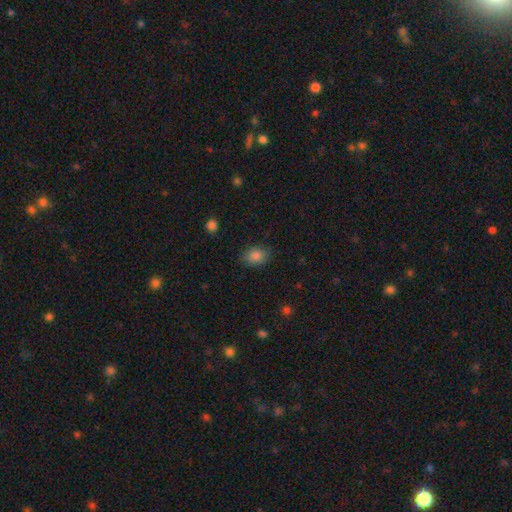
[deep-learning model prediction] A smooth galaxy with no disk features (85%) that is in between round and cigar-shaped (69%). Merging: none (82%).